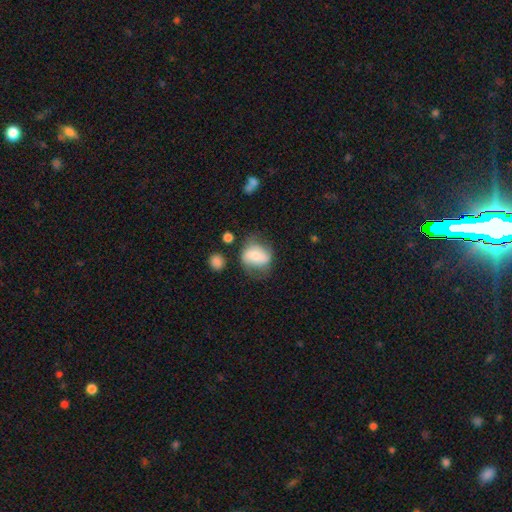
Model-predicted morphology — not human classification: Smooth or featured: smooth — 61% (featured or disk — 31%)
How rounded: in between — 51% (round — 47%)
Merging: none — 52% (minor disturbance — 27%)